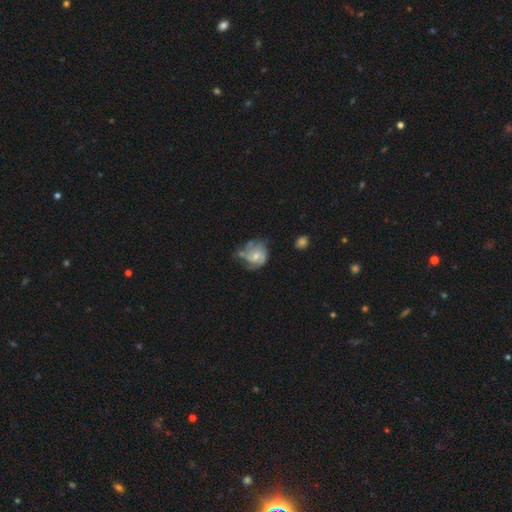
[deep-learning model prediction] featured or disk 62%, smooth 30%, star or artifact 8%. Down the decision tree: edge-on disk — no (98%); bar — no (70%); spiral arms — yes (78%); bulge size — moderate (47%); merging — none (42%).